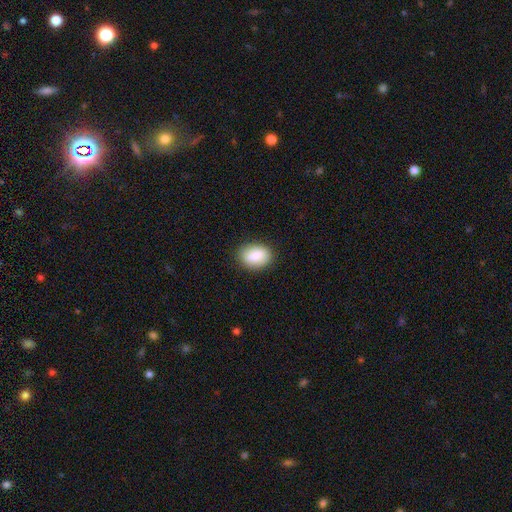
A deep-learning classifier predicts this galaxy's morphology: type=smooth (88%); roundness=in between (79%); merging=none (86%).